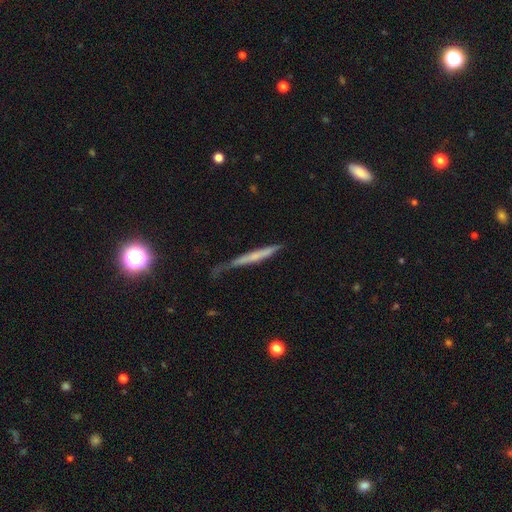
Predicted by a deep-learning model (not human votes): Morphology: type=smooth (47%); merging=none (51%).